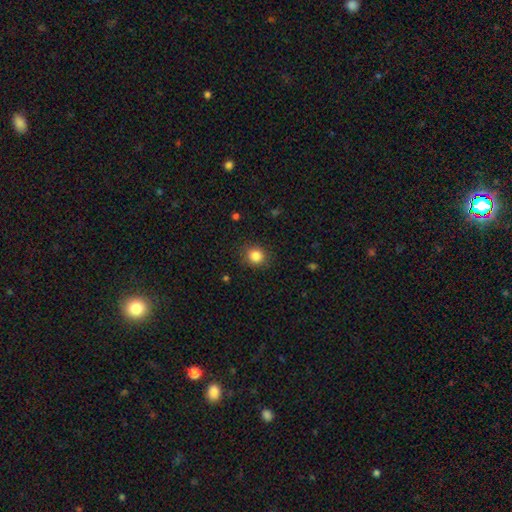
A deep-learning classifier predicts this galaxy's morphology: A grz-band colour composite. It shows a smooth galaxy with no disk features (85%) that is round (86%). Merging: none (88%).